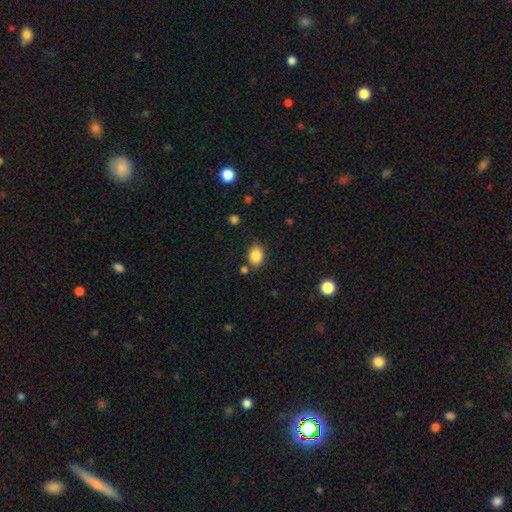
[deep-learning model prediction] A smooth galaxy with no disk features (85%) that is in between round and cigar-shaped (61%). Merging: none (81%).